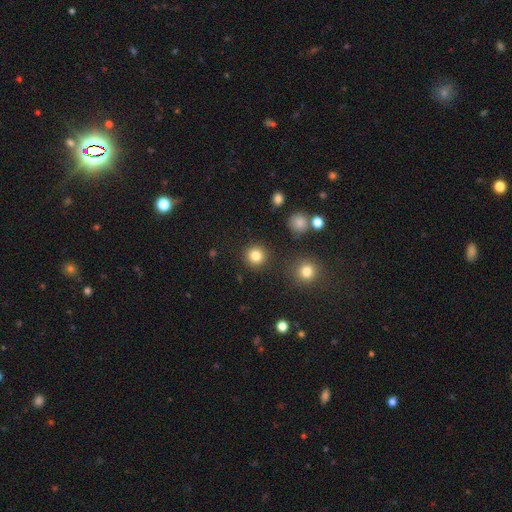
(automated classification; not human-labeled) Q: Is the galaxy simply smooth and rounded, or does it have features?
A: smooth — 83%.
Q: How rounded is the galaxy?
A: round — 94%.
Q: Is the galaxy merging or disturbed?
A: none — 90%.